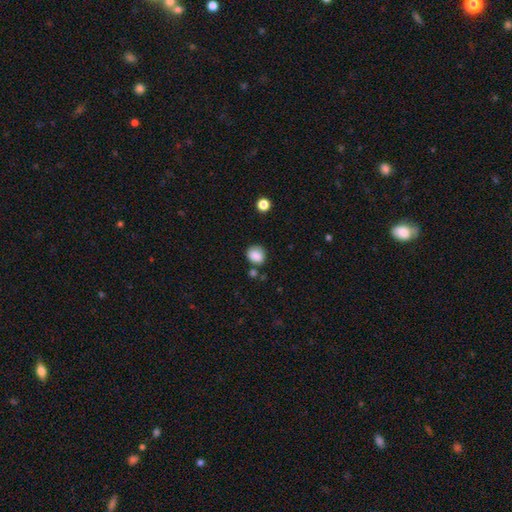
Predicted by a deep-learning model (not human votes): Smooth or featured? Predicted: smooth (p=0.86). How rounded? Predicted: round (p=0.72). Merging? Predicted: none (p=0.72).